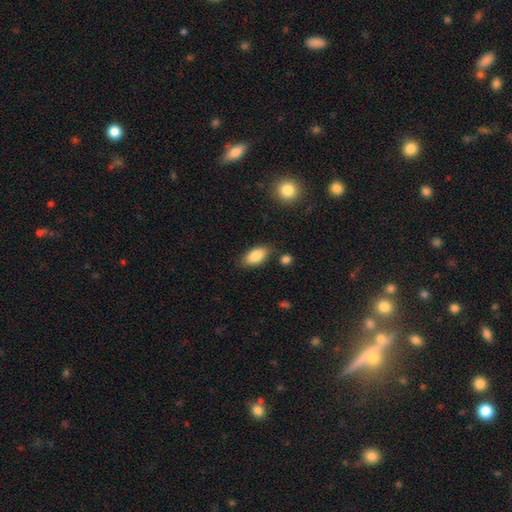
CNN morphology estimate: Smooth or featured? Predicted: smooth (p=0.86). How rounded? Predicted: in between (p=0.90). Merging? Predicted: none (p=0.79).